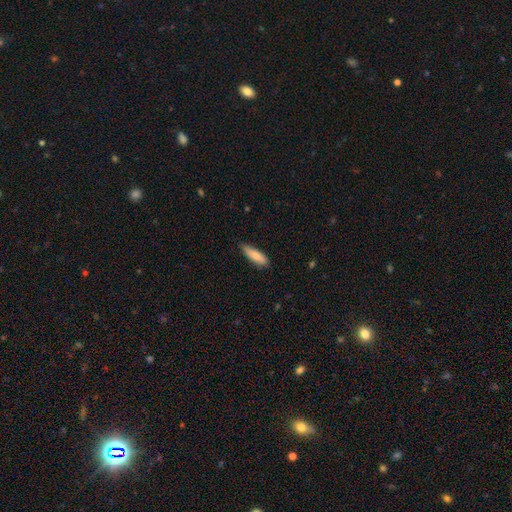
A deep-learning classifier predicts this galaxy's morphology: This is clearly a smooth galaxy (81%). How rounded: likely cigar-shaped (61%). Merging: likely none (78%).